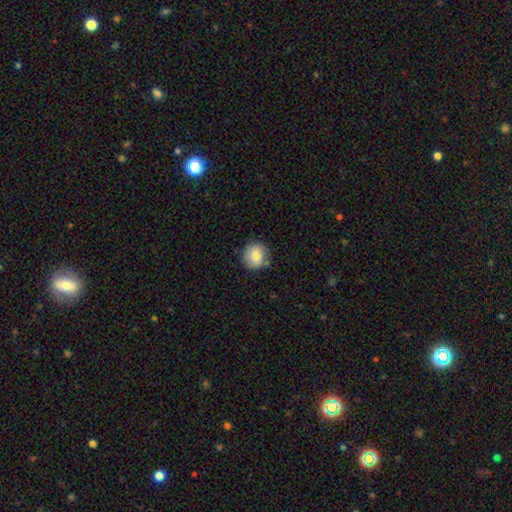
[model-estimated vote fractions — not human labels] Morphology: type=smooth (80%); roundness=round (82%); merging=none (73%).